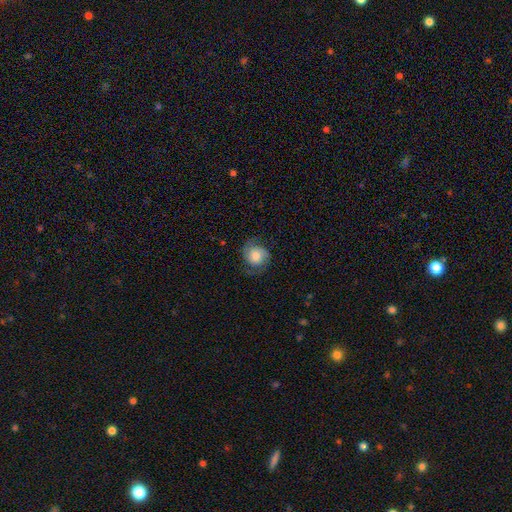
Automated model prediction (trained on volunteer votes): This appears to be a featured or disk galaxy (62%) with no bar (76%), 2 (88%) medium (43%) spiral arms (94%) and a moderate central bulge (47%). Merging: none (73%).